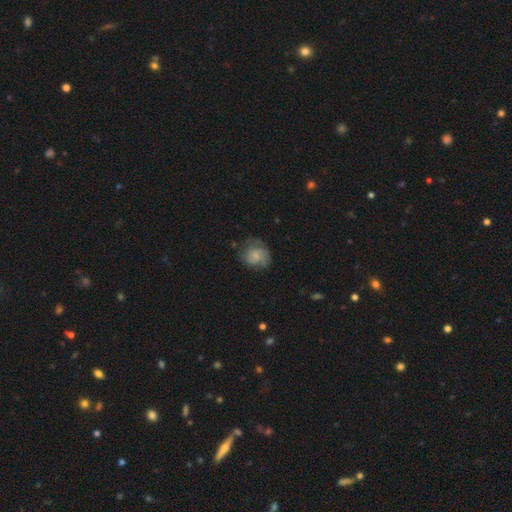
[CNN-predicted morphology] smooth_or_featured: smooth (p=0.52) [alt: featured or disk p=0.39]
how_rounded: round (p=0.72) [alt: in between p=0.27]
merging: none (p=0.59) [alt: minor disturbance p=0.25]